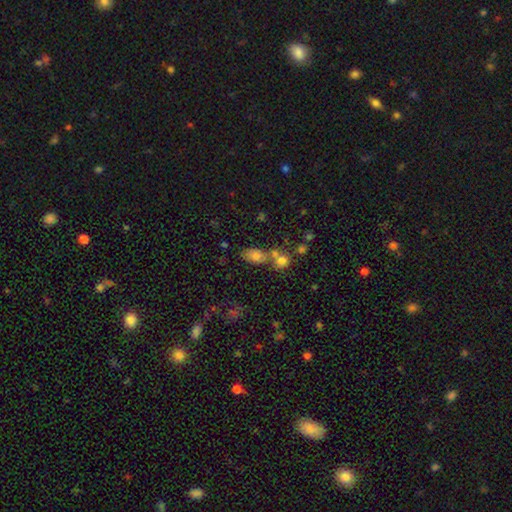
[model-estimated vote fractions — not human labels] smooth 73%, star or artifact 15%, featured or disk 12%. Down the decision tree: how rounded — in between (81%); merging — none (46%).